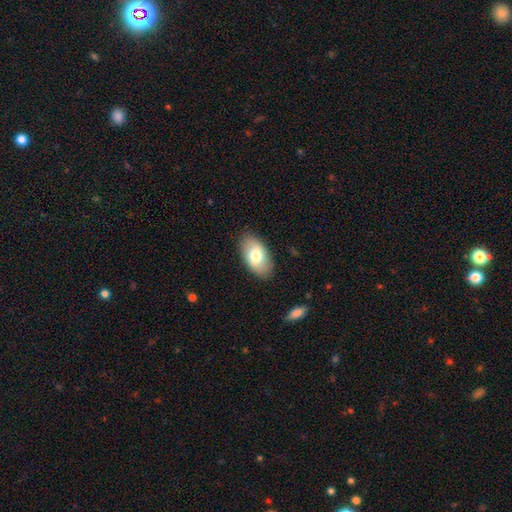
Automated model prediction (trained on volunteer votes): Morphology: type=smooth (72%); roundness=in between (94%); merging=none (86%).